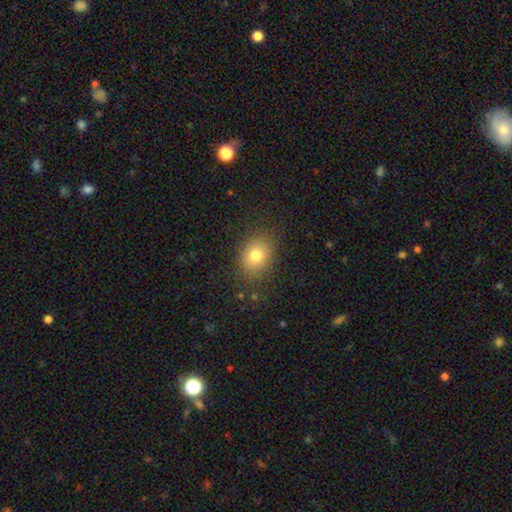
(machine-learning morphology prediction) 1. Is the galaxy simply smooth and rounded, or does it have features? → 78% smooth, 12% star or artifact, 10% featured or disk.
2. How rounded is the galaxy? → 58% in between, 41% round, 1% cigar-shaped.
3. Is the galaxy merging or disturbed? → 83% none, 11% minor disturbance, 4% major disturbance, 1% merger.